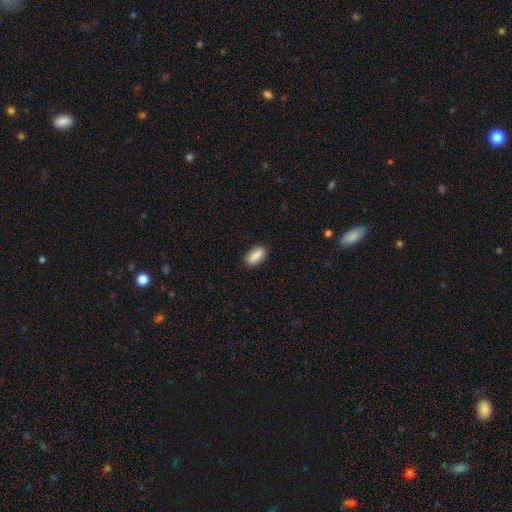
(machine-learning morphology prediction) The model was most divided on "how rounded": in between: 83%, cigar-shaped: 14%, round: 4%. More confident: merging — none (88%); smooth or featured — smooth (84%).